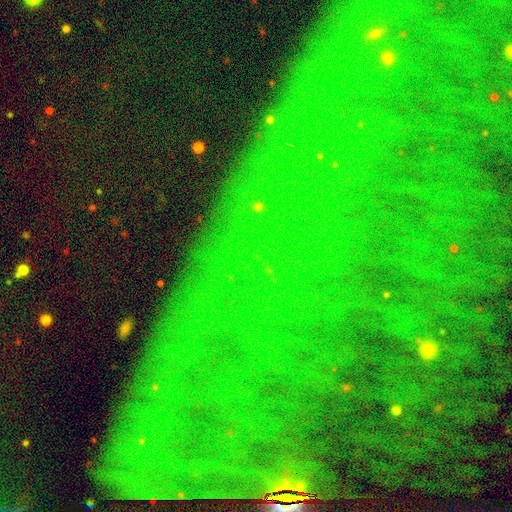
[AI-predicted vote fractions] Q: Smooth or featured?
A: star or artifact (85%); runner-up: featured or disk (7%)